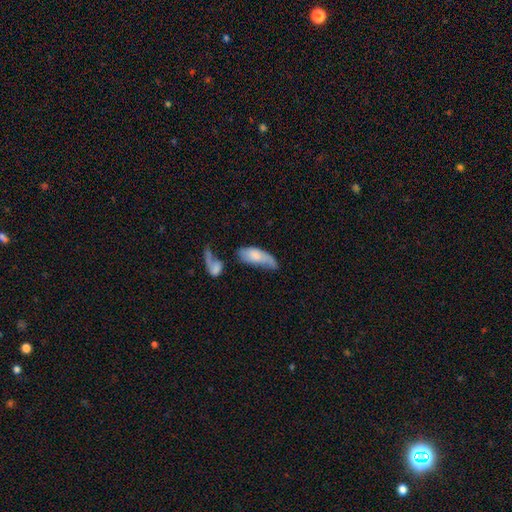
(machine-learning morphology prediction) smooth_or_featured: smooth (p=0.67) [alt: featured or disk p=0.26]
how_rounded: in between (p=0.80) [alt: cigar-shaped p=0.17]
merging: major disturbance (p=0.27) [tied with: none p=0.27, minor disturbance p=0.27]